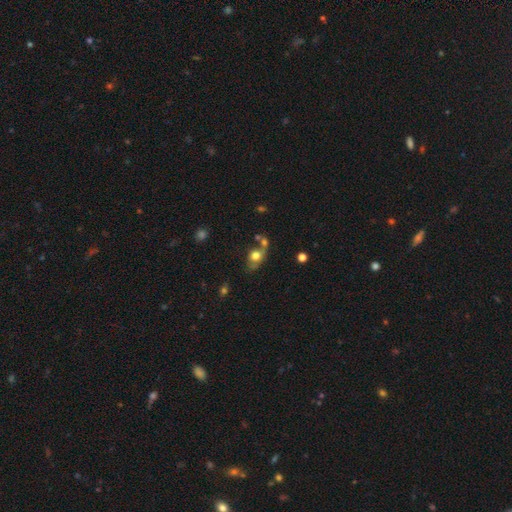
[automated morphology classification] This is likely a smooth galaxy (67%). How rounded: possibly in between (49%). Merging: marginally none (37%).